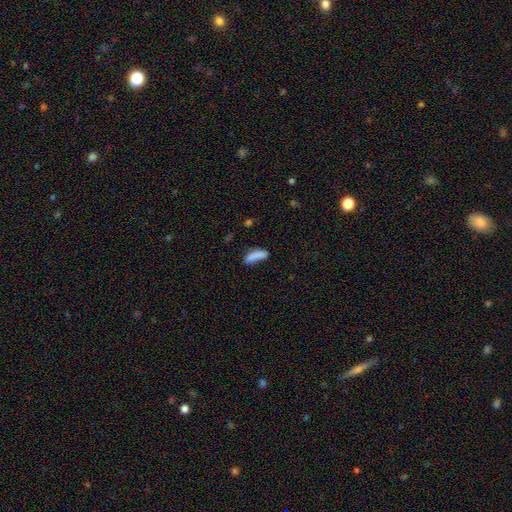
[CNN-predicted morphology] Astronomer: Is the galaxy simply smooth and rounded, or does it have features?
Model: smooth — 83%.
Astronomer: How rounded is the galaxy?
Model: cigar-shaped — 54% (runner-up: in between, 44%).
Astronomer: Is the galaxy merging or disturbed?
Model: none — 55%.